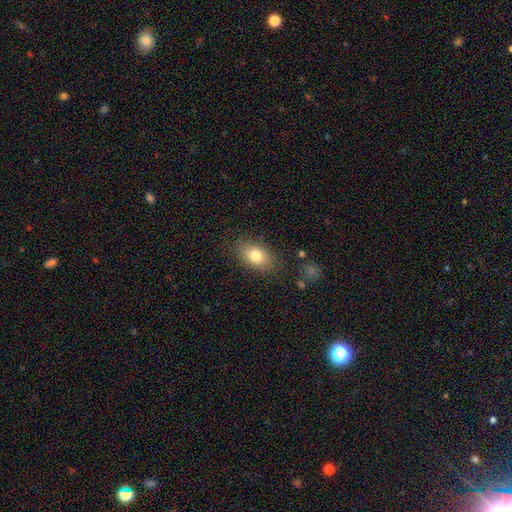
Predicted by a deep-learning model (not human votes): Smooth or featured?
  - smooth: 80% *
  - featured or disk: 12%
  - star or artifact: 8%
How rounded?
  - in between: 85% *
  - round: 13%
  - cigar-shaped: 2%
Merging?
  - none: 82% *
  - minor disturbance: 12%
  - major disturbance: 4%
  - merger: 2%